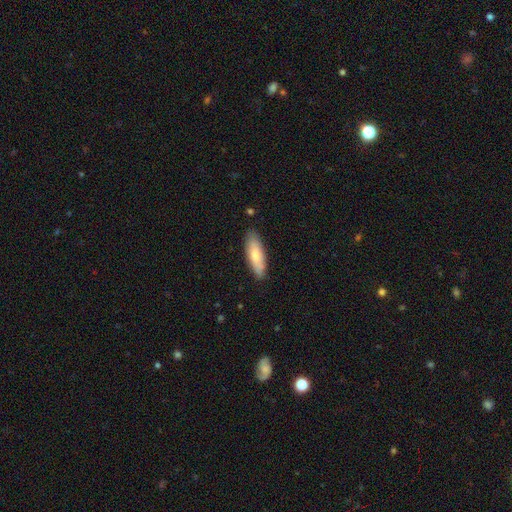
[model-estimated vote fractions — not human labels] Overall: smooth (73%). How rounded: in between (57%; cigar-shaped 42%). Merging: none (82%).